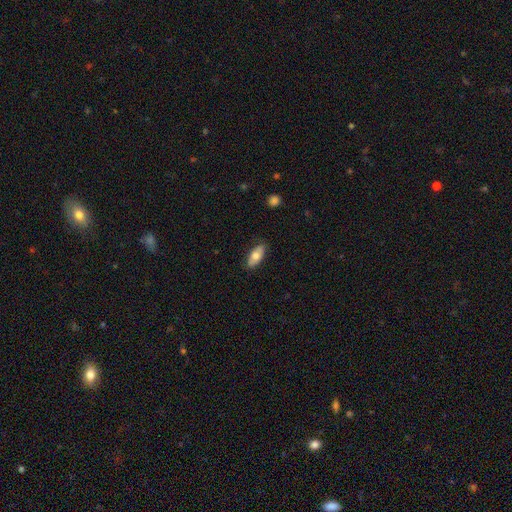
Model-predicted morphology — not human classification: The model was most divided on "smooth or featured": smooth: 70%, featured or disk: 24%, star or artifact: 6%. More confident: how rounded — in between (84%); merging — none (84%).